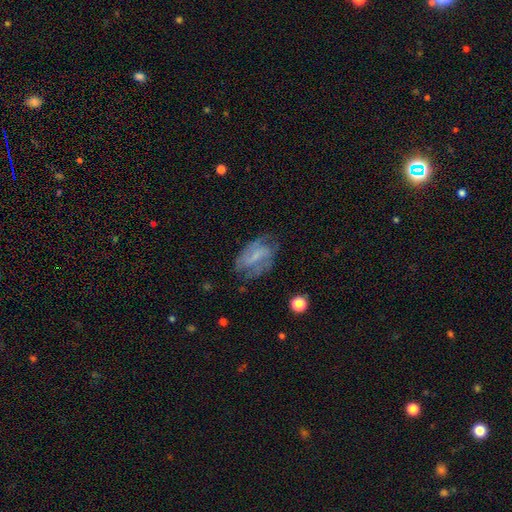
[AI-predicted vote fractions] Smooth or featured? featured or disk (66%)
Edge-on disk? no (95%)
Bar? weak (49%)
Spiral arms? yes (78%)
Bulge size? small (50%)
Merging? none (58%)